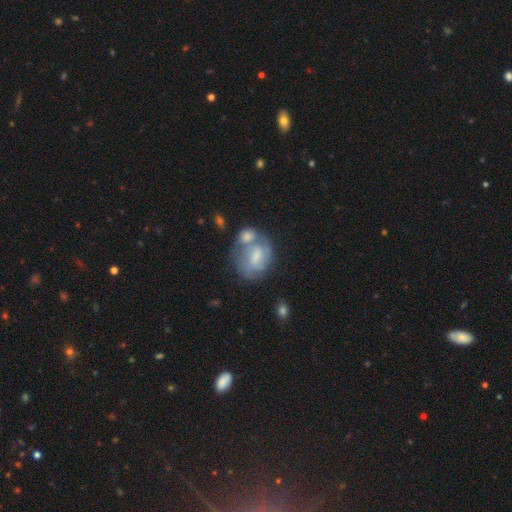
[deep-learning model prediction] Morphology: type=smooth (51%); roundness=in between (61%); merging=merger (45%).